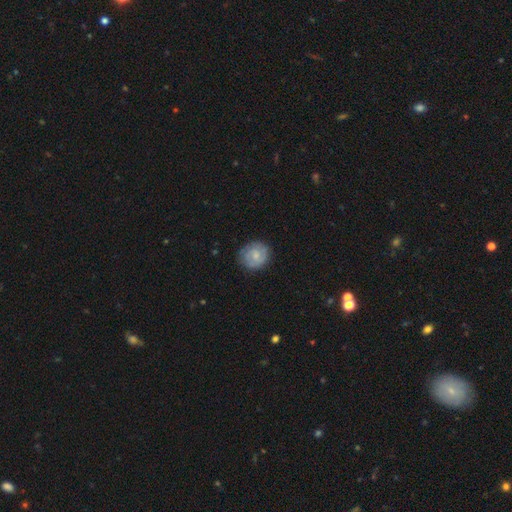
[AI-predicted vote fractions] This is possibly a smooth galaxy (51%). How rounded: clearly round (84%). Merging: clearly none (81%).